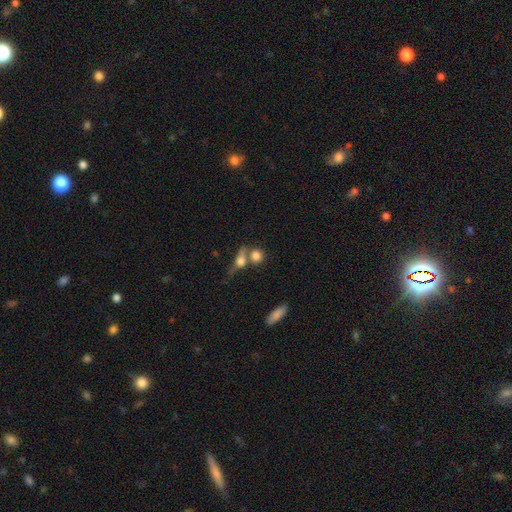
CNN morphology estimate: Smooth or featured? Predicted: smooth (p=0.75). How rounded? Predicted: round (p=0.71). Merging? Predicted: none (p=0.48).